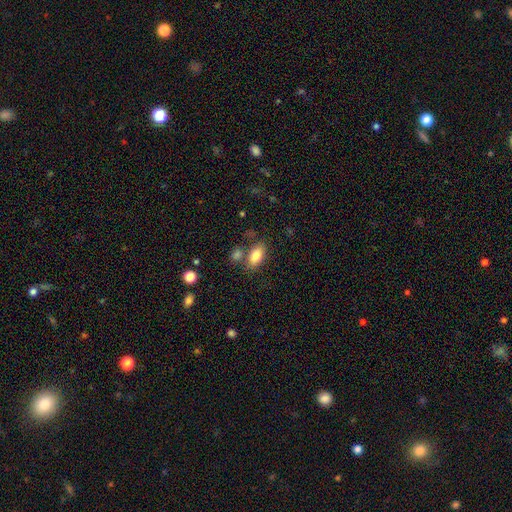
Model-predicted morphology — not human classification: Smooth or featured? Predicted: smooth (p=0.83). How rounded? Predicted: in between (p=0.90). Merging? Predicted: none (p=0.68).